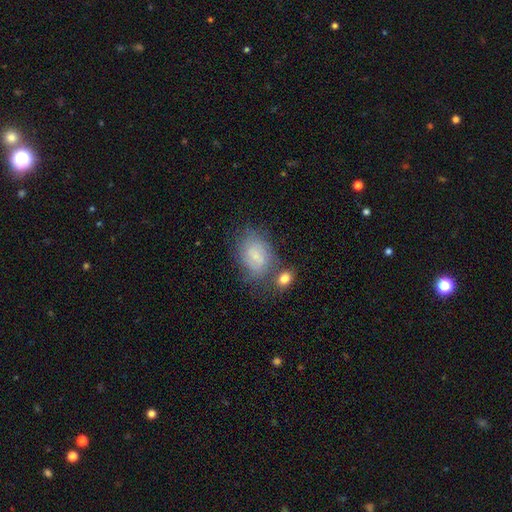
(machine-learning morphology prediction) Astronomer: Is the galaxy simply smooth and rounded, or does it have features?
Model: smooth — 57%.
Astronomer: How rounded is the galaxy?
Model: in between — 82%.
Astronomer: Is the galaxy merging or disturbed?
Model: none — 58%.